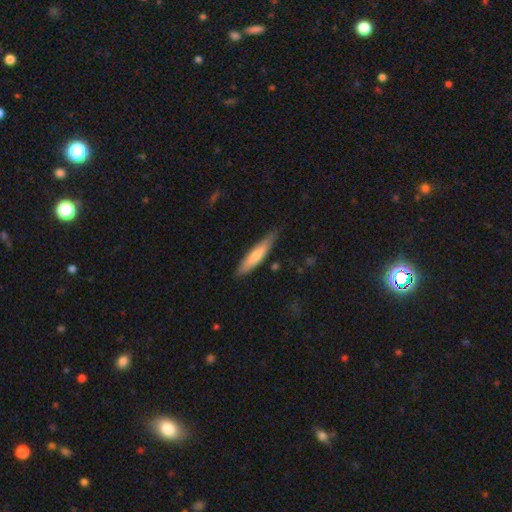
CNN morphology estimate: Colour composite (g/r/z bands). It shows a smooth galaxy with no disk features (68%) that is cigar-shaped (83%). Merging: none (78%).